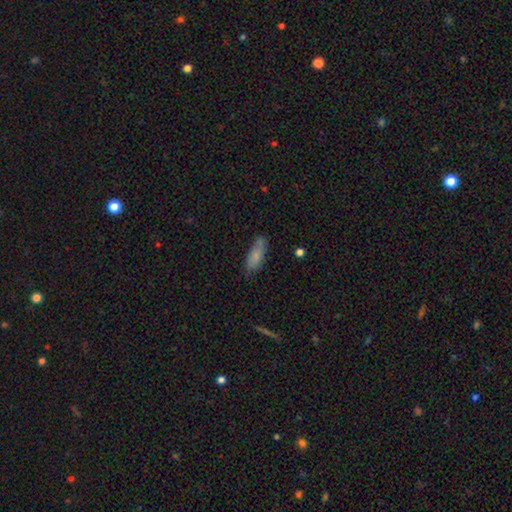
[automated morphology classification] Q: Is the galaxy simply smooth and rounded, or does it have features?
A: smooth — 81%.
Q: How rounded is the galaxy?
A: in between — 64%.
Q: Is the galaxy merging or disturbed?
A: none — 67%.